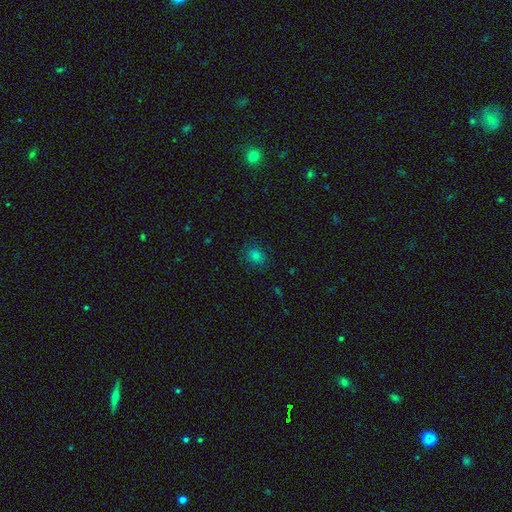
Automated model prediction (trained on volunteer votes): The model was most divided on "how rounded": round: 67%, in between: 32%, cigar-shaped: 1%. More confident: merging — none (87%); smooth or featured — smooth (73%).